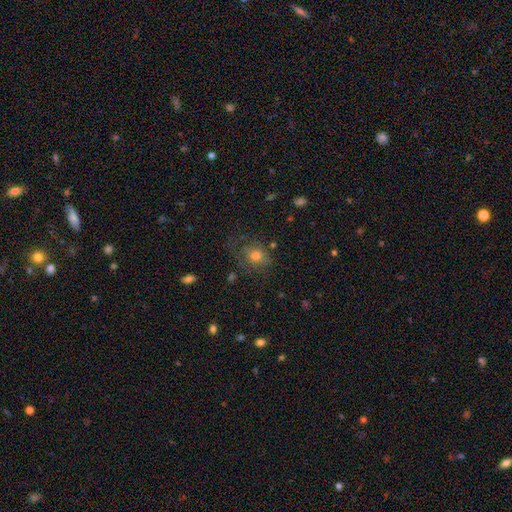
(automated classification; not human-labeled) Q: Smooth or featured?
A: smooth (60%); runner-up: featured or disk (27%)
Q: How rounded?
A: in between (52%); runner-up: round (46%)
Q: Merging?
A: none (55%); runner-up: minor disturbance (23%)